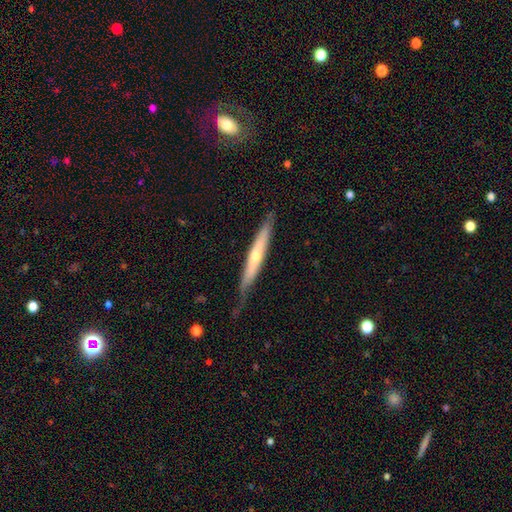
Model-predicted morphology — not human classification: This appears to be a featured or disk galaxy (58%) viewed edge-on (89%) with a rounded central bulge (73%). Merging: none (71%).